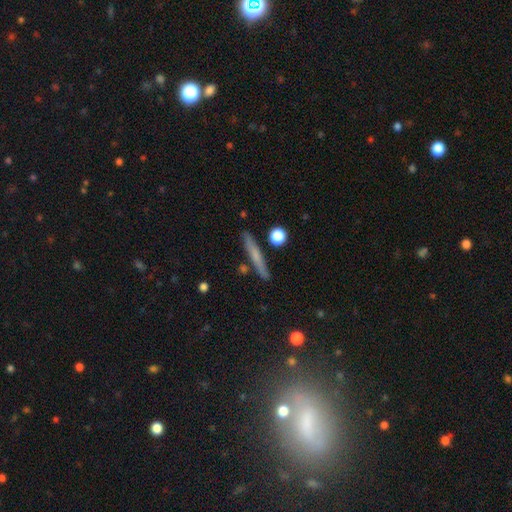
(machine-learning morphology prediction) Overall: smooth (56%; featured or disk 37%). How rounded: cigar-shaped (92%). Merging: none (87%).